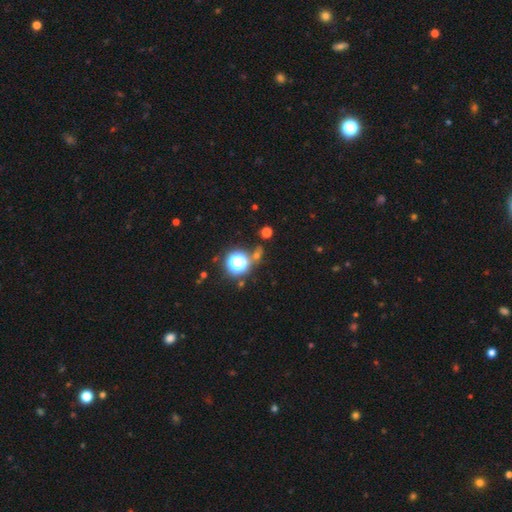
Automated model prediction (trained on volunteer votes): This is likely a star or artifact rather than a galaxy (64%).